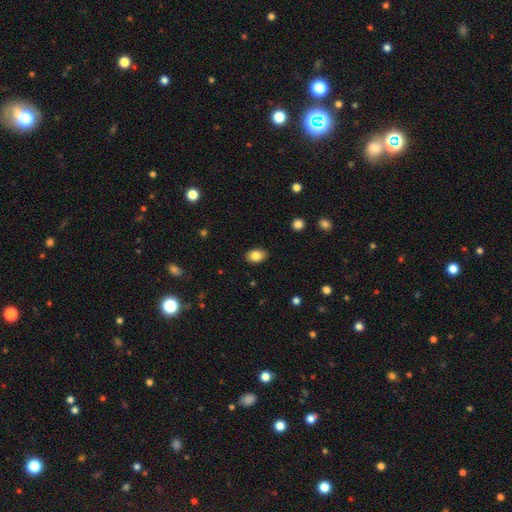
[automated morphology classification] This is clearly a smooth galaxy (84%). How rounded: clearly in between (83%). Merging: clearly none (88%).